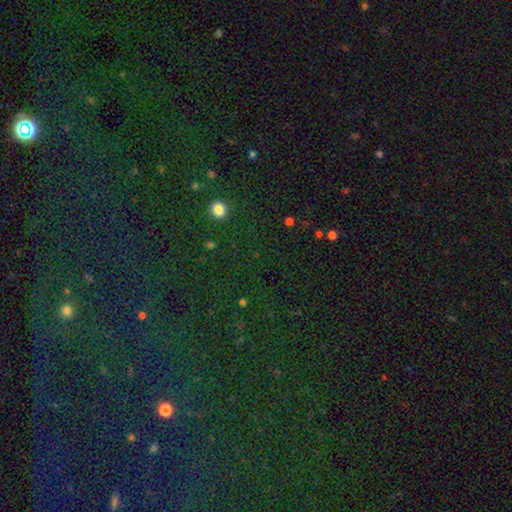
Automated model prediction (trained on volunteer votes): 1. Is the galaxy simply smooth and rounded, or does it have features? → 81% star or artifact, 12% smooth, 7% featured or disk.